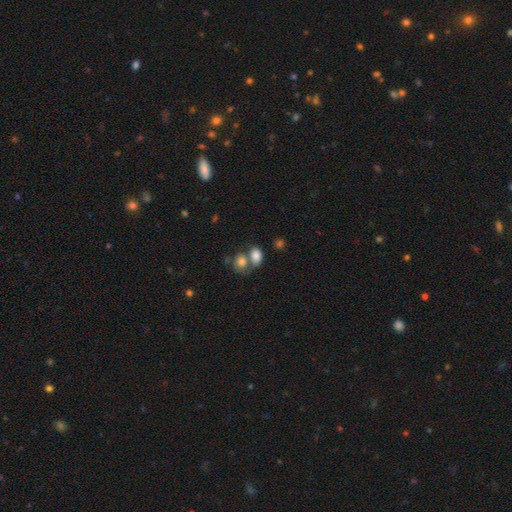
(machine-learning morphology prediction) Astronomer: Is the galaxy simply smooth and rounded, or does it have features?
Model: smooth — 81%.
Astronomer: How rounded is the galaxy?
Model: in between — 68%.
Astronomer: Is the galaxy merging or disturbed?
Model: merger — 48% (runner-up: none, 36%).